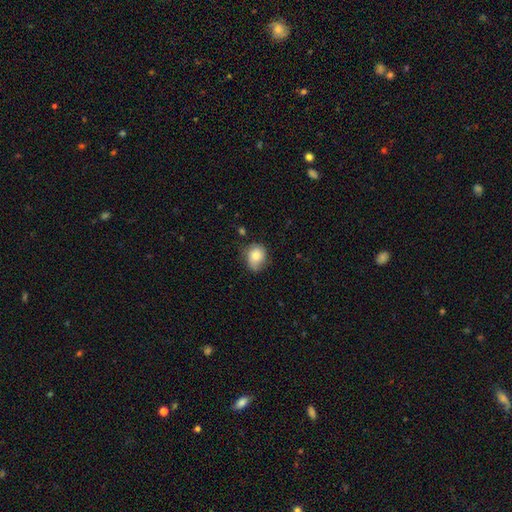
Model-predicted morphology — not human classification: Smooth or featured?
  - smooth: 73% *
  - featured or disk: 18%
  - star or artifact: 8%
How rounded?
  - round: 59% *
  - in between: 40%
  - cigar-shaped: 1%
Merging?
  - none: 60% *
  - minor disturbance: 30%
  - major disturbance: 8%
  - merger: 2%